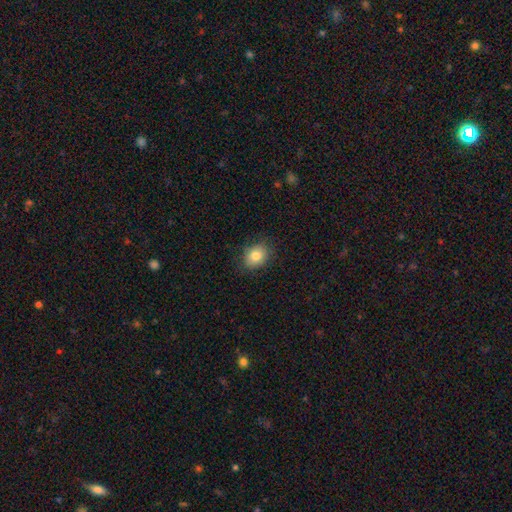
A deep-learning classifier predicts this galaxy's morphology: Q: Smooth or featured?
A: smooth (82%); runner-up: star or artifact (9%)
Q: How rounded?
A: round (50%); runner-up: in between (49%)
Q: Merging?
A: none (83%); runner-up: minor disturbance (13%)